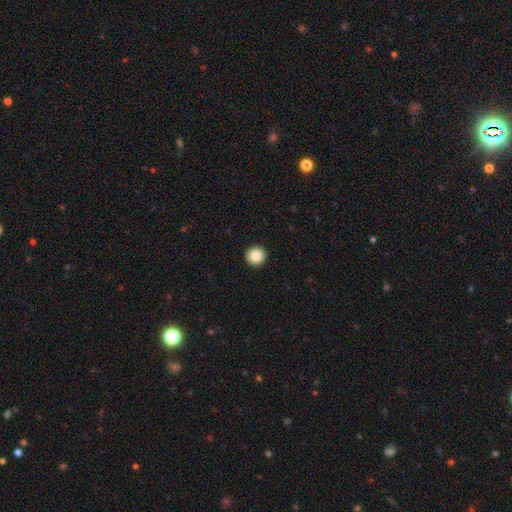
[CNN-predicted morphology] Q: Smooth or featured?
A: smooth (85%); runner-up: star or artifact (9%)
Q: How rounded?
A: round (95%); runner-up: in between (4%)
Q: Merging?
A: none (94%); runner-up: minor disturbance (4%)